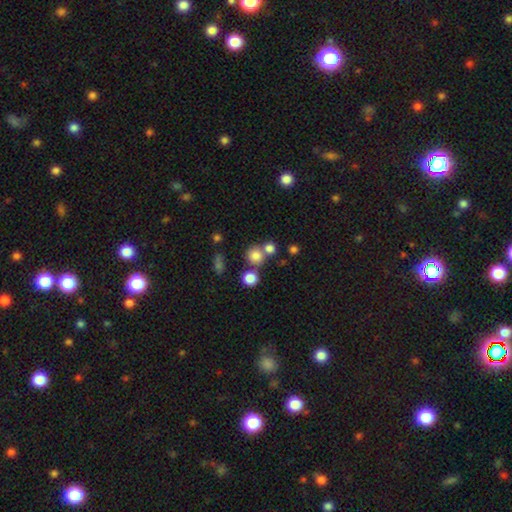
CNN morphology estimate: Smooth or featured? Predicted: smooth (p=0.78). How rounded? Predicted: round (p=0.89). Merging? Predicted: none (p=0.62).